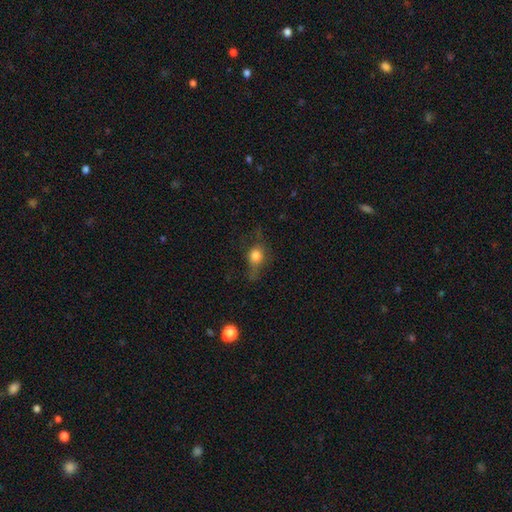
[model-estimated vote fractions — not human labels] Morphology: type=smooth (68%); roundness=round (62%); merging=none (52%).